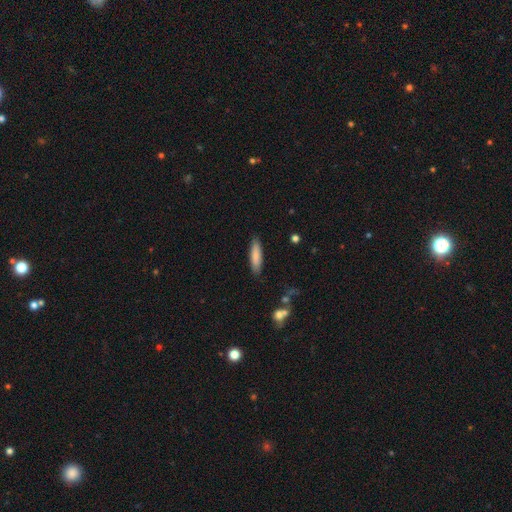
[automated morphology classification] smooth-or-featured: smooth: 84% | featured or disk: 10% | star or artifact: 6%
  how-rounded: cigar-shaped: 70% | in between: 28% | round: 1%
  merging: none: 88% | minor disturbance: 9% | major disturbance: 2% | merger: 1%